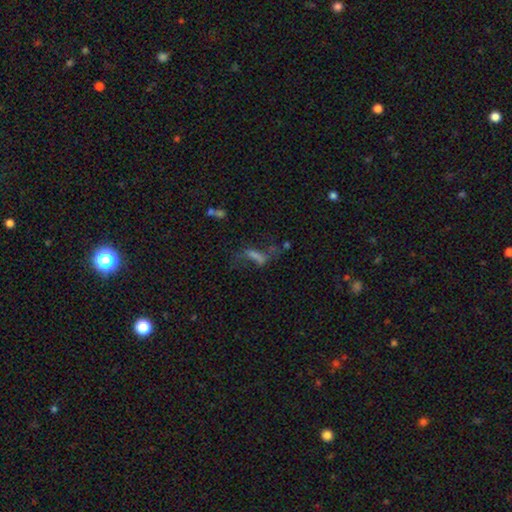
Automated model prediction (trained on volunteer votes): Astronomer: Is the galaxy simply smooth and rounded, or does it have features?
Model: smooth — 40% (runner-up: featured or disk, 33%).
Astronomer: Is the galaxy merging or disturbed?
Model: none — 41% (runner-up: major disturbance, 31%).